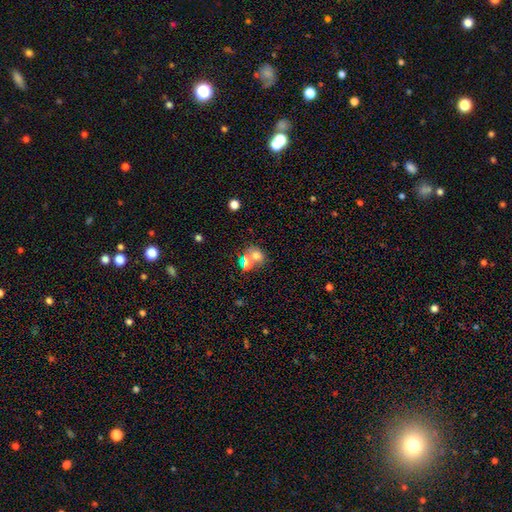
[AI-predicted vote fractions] The model was most divided on "merging": merger: 44%, none: 40%, minor disturbance: 10%, major disturbance: 6%. More confident: smooth or featured — smooth (66%); how rounded — in between (51%).